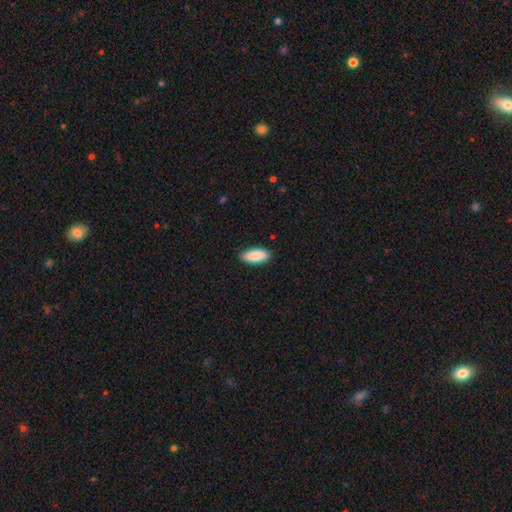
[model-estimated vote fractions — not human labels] Smooth or featured?
  - smooth: 89% *
  - star or artifact: 6%
  - featured or disk: 5%
How rounded?
  - in between: 83% *
  - cigar-shaped: 15%
  - round: 2%
Merging?
  - none: 88% *
  - minor disturbance: 9%
  - major disturbance: 2%
  - merger: 1%